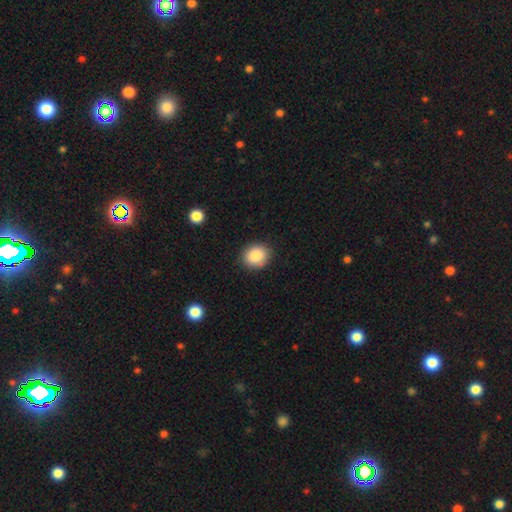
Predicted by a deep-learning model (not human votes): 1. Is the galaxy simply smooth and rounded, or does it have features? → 87% smooth, 8% star or artifact, 5% featured or disk.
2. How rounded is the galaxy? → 65% round, 34% in between, 1% cigar-shaped.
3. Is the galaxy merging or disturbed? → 88% none, 9% minor disturbance, 2% major disturbance, 1% merger.